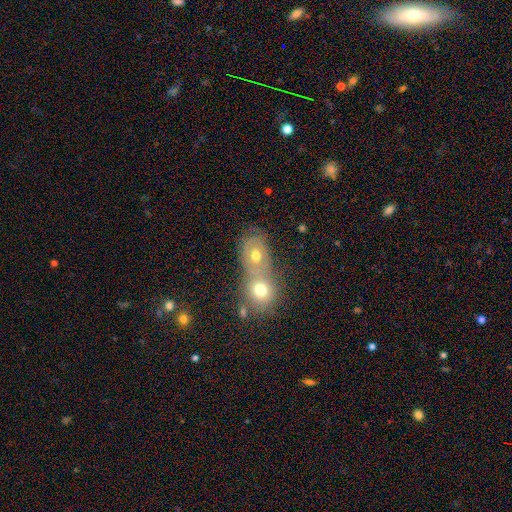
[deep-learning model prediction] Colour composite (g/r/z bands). It shows a smooth galaxy with no disk features (51%) that is in between round and cigar-shaped (56%). Merging: merger (61%).